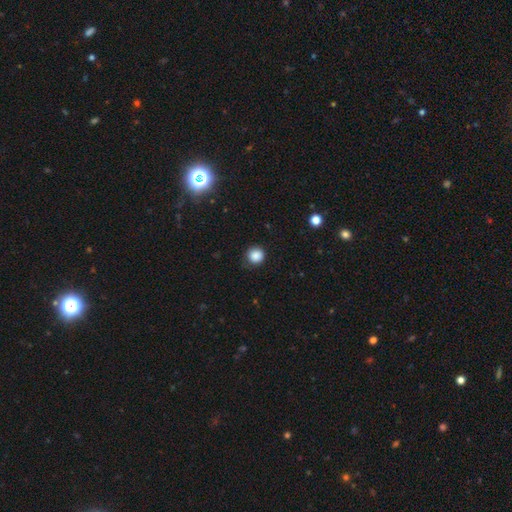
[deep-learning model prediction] smooth_or_featured: smooth (p=0.86) [alt: star or artifact p=0.11]
how_rounded: round (p=0.91) [alt: in between p=0.08]
merging: none (p=0.80) [alt: minor disturbance p=0.15]